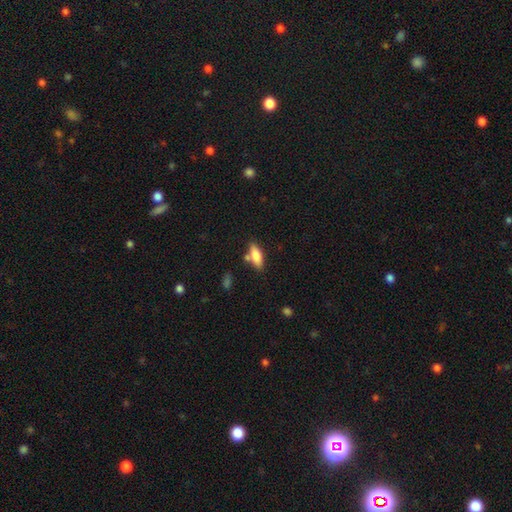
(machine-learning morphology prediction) Q: Smooth or featured?
A: smooth (77%); runner-up: featured or disk (16%)
Q: How rounded?
A: in between (69%); runner-up: cigar-shaped (29%)
Q: Merging?
A: none (71%); runner-up: minor disturbance (14%)